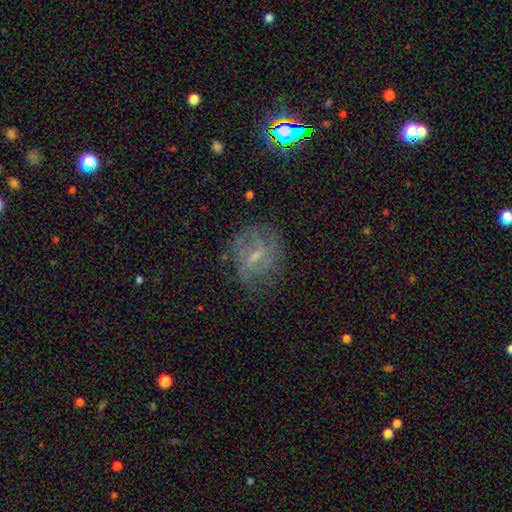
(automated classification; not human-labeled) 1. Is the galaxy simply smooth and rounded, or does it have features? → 69% featured or disk, 20% smooth, 12% star or artifact.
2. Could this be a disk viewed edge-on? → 97% no, 3% yes.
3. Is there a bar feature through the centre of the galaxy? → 57% weak, 28% no, 15% strong.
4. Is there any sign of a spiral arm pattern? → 79% yes, 21% no.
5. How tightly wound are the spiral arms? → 41% medium (tied), 41% tight (tied), 19% loose.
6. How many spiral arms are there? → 44% can't tell, 28% 2, 13% 3, 6% 4, 5% 1, 4% more than 4.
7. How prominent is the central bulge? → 56% small, 29% moderate, 13% none, 1% large, 1% dominant.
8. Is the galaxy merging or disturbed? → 64% none, 21% minor disturbance, 13% major disturbance, 2% merger.